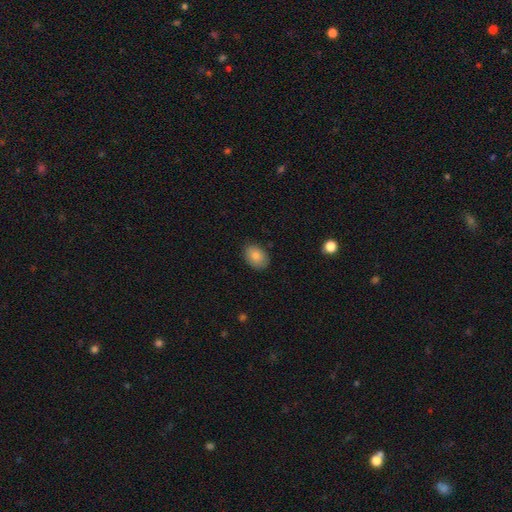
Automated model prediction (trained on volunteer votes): smooth_or_featured: smooth (p=0.83) [alt: featured or disk p=0.09]
how_rounded: in between (p=0.78) [alt: round p=0.21]
merging: none (p=0.85) [alt: minor disturbance p=0.12]